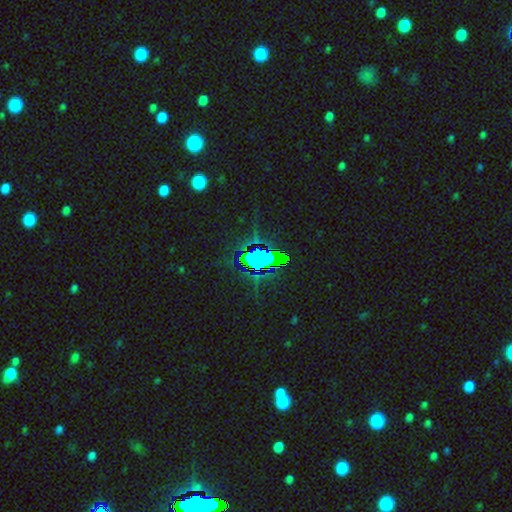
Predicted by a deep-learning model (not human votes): The model was most divided on "smooth or featured": star or artifact: 73%, smooth: 16%, featured or disk: 11%.